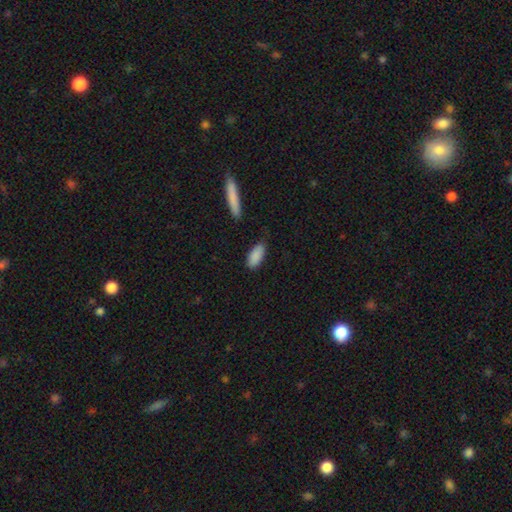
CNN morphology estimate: Overall: smooth (89%). How rounded: in between (86%). Merging: none (78%).